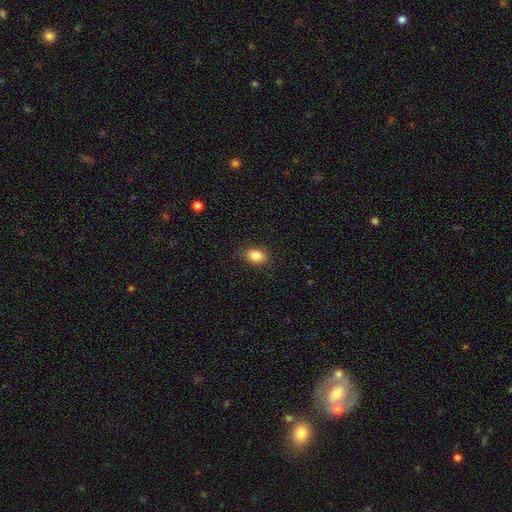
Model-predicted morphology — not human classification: The model was most divided on "how rounded": in between: 82%, round: 17%, cigar-shaped: 2%. More confident: merging — none (86%); smooth or featured — smooth (85%).